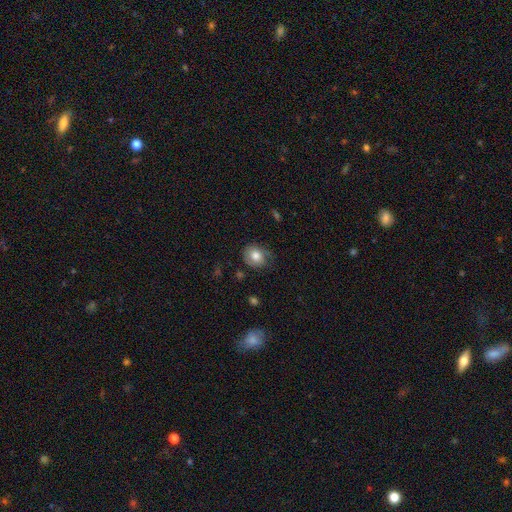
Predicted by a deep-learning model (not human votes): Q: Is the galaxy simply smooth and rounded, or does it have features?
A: smooth — 73%.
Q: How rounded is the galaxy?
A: round — 61%.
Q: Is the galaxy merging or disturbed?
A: none — 61%.